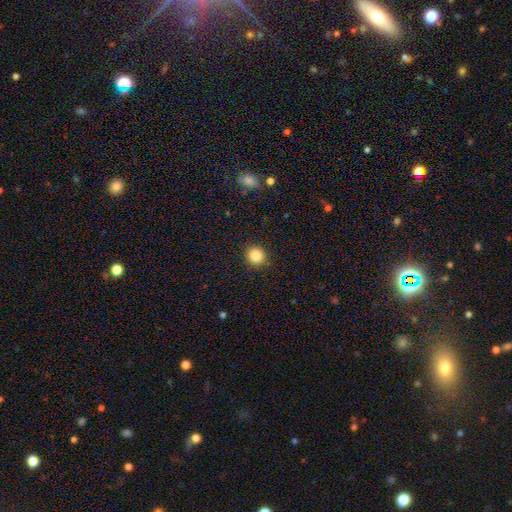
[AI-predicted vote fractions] smooth 85%, star or artifact 11%, featured or disk 4%. Down the decision tree: how rounded — round (92%); merging — none (91%).